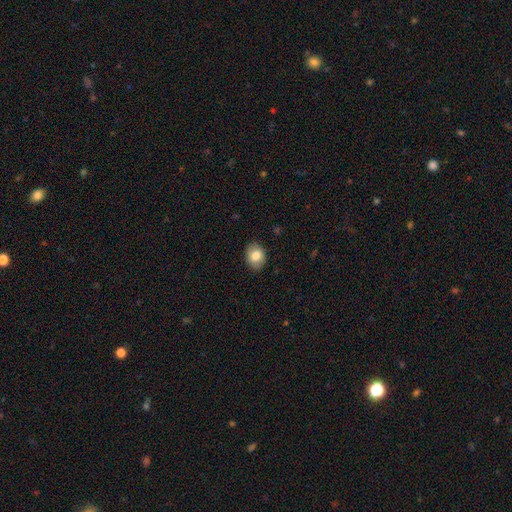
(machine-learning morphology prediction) A smooth galaxy with no disk features (81%) that is in between round and cigar-shaped (66%). Merging: none (86%).